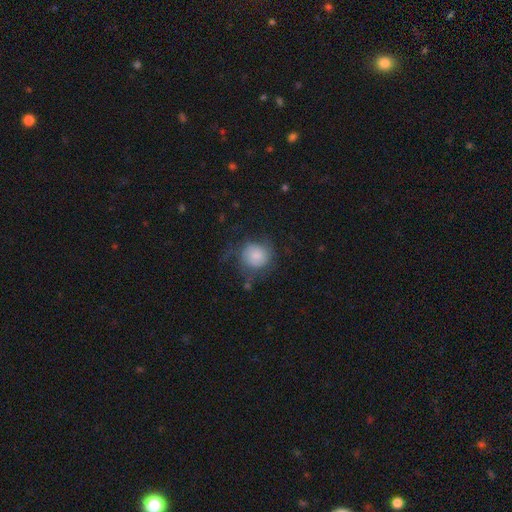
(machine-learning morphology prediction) Smooth or featured: smooth — 57% (featured or disk — 35%)
How rounded: round — 84% (in between — 15%)
Merging: none — 49% (minor disturbance — 26%)